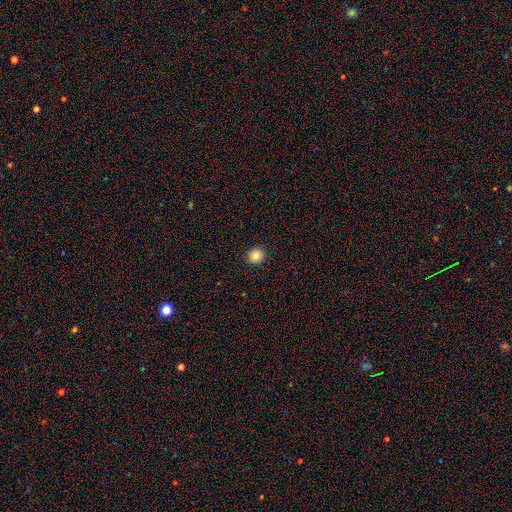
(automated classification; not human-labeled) A smooth galaxy with no disk features (82%) that is round (88%).

Vote fractions:
- Smooth or featured? smooth: 82% / star or artifact: 11% / featured or disk: 7%
- How rounded? round: 88% / in between: 11% / cigar-shaped: 1%
- Merging? none: 92% / minor disturbance: 6% / major disturbance: 2% / merger: 1%